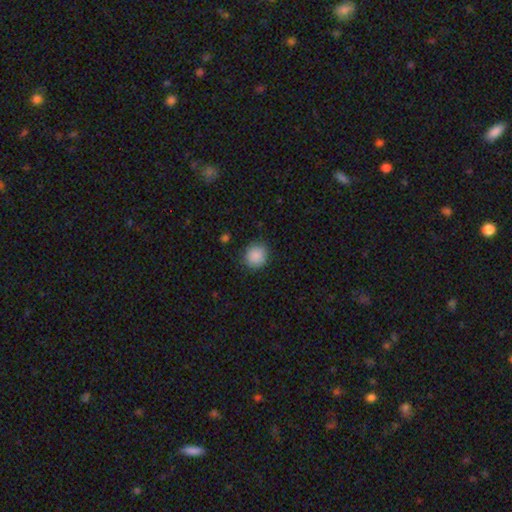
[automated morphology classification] type=smooth (88%); roundness=round (85%); merging=none (87%).